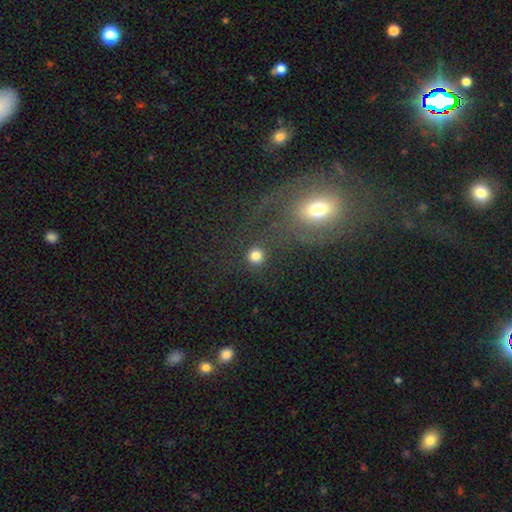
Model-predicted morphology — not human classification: smooth 82%, star or artifact 12%, featured or disk 6%. Down the decision tree: how rounded — round (94%); merging — none (86%).